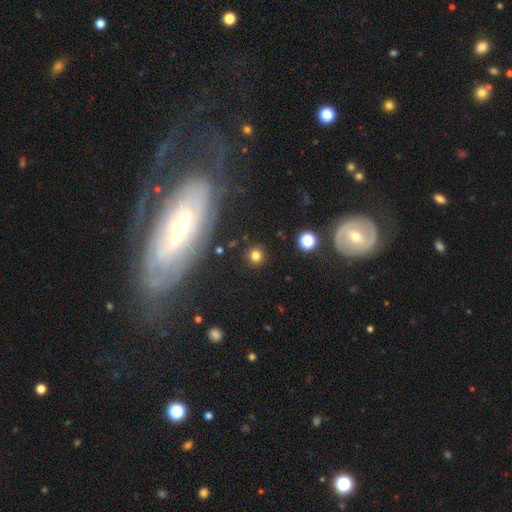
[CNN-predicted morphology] This is likely a smooth galaxy (78%). How rounded: clearly round (92%). Merging: clearly none (89%).